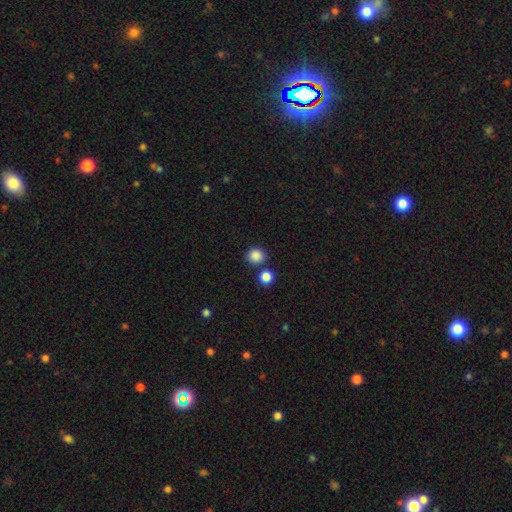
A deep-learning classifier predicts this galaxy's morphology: This appears to be a smooth galaxy with no disk features (86%) that is round (84%). Merging: none (79%).